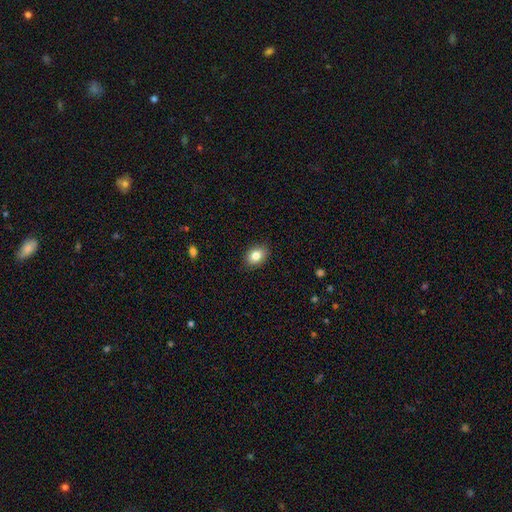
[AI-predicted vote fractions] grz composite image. It shows a smooth galaxy with no disk features (83%) that is in between round and cigar-shaped (67%). Merging: none (87%).